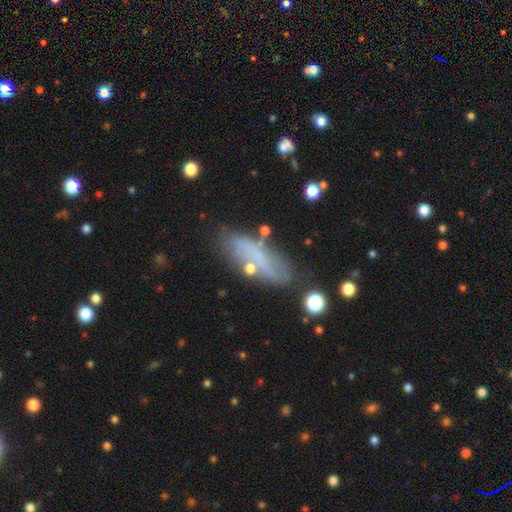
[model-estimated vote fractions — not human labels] Overall: smooth (52%; featured or disk 37%). How rounded: in between (53%; cigar-shaped 43%). Merging: none (69%).